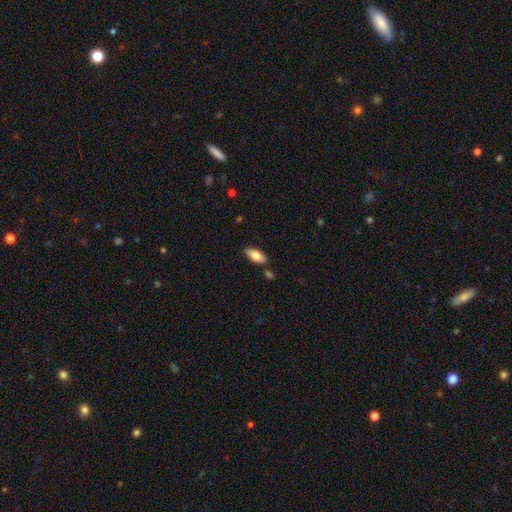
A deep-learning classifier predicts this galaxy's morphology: The model was most divided on "smooth or featured": smooth: 74%, featured or disk: 19%, star or artifact: 6%. More confident: how rounded — in between (87%); merging — none (82%).